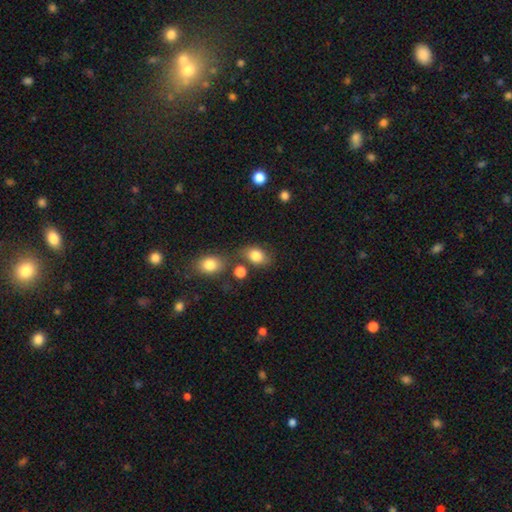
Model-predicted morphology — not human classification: smooth 82%, star or artifact 9%, featured or disk 9%. Down the decision tree: how rounded — in between (75%); merging — none (63%).